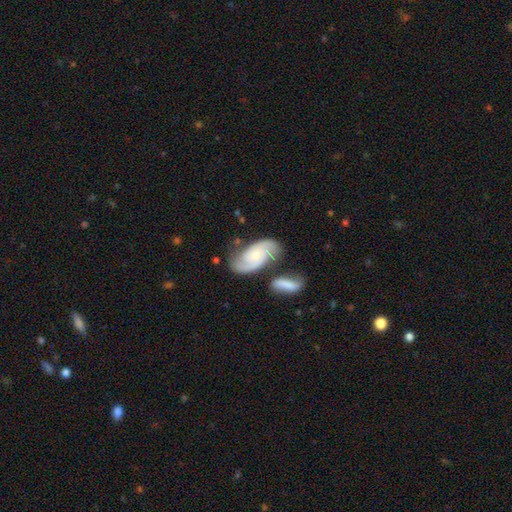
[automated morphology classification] Q: Smooth or featured?
A: featured or disk (79%); runner-up: smooth (15%)
Q: Edge-on disk?
A: no (96%); runner-up: yes (4%)
Q: Bar?
A: no (68%); runner-up: weak (26%)
Q: Spiral arms?
A: yes (95%); runner-up: no (5%)
Q: Spiral winding?
A: medium (44%); runner-up: tight (40%)
Q: Spiral arm count?
A: 2 (86%); runner-up: can't tell (7%)
Q: Bulge size?
A: small (61%); runner-up: moderate (32%)
Q: Merging?
A: none (60%); runner-up: minor disturbance (17%)